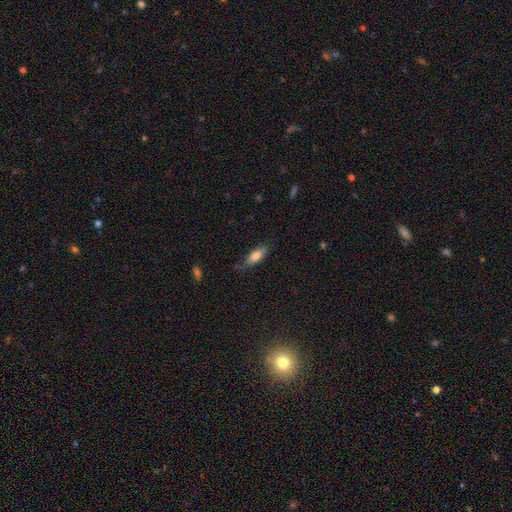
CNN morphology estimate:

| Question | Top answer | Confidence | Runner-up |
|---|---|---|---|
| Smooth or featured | smooth | 73% | featured or disk (19%) |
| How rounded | in between | 67% | cigar-shaped (31%) |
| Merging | none | 70% | minor disturbance (23%) |